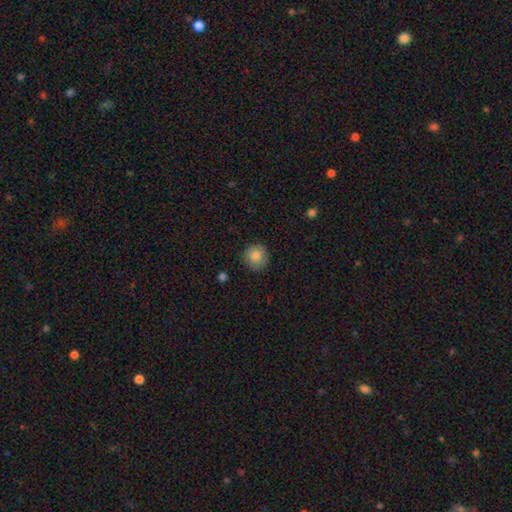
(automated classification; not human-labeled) Smooth or featured: smooth — 86% (star or artifact — 9%)
How rounded: round — 90% (in between — 9%)
Merging: none — 86% (minor disturbance — 10%)